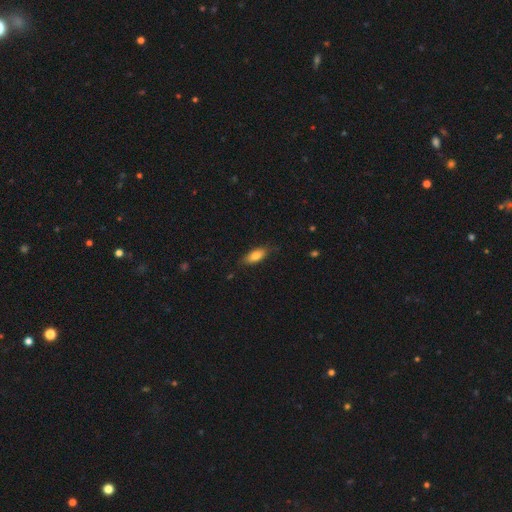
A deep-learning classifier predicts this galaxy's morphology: A smooth galaxy with no disk features (78%) that is in between round and cigar-shaped (79%).

Vote fractions:
- Smooth or featured? smooth: 78% / featured or disk: 15% / star or artifact: 7%
- How rounded? in between: 79% / cigar-shaped: 19% / round: 3%
- Merging? none: 78% / minor disturbance: 18% / major disturbance: 3% / merger: 1%